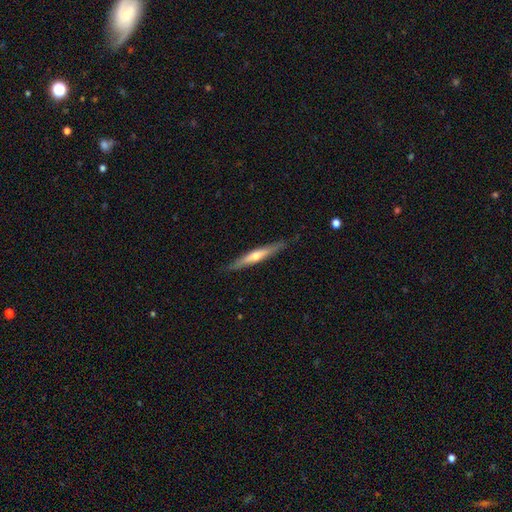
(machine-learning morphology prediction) smooth-or-featured: featured or disk: 58% | smooth: 37% | star or artifact: 5%
  disk-edge-on: yes: 95% | no: 5%
    edge-on-bulge: rounded: 75% | none: 20% | boxy: 5%
  merging: none: 87% | minor disturbance: 10% | major disturbance: 2% | merger: 1%